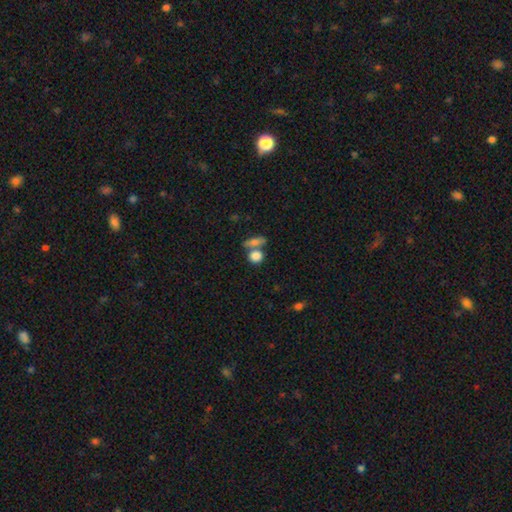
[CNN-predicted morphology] Smooth or featured? Predicted: smooth (p=0.81). How rounded? Predicted: round (p=0.65). Merging? Predicted: none (p=0.47).